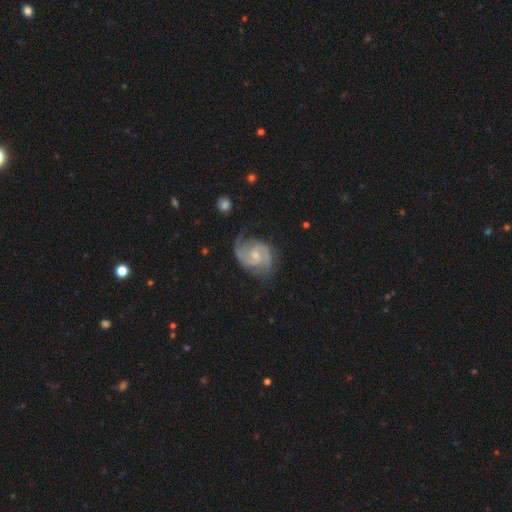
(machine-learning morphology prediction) smooth-or-featured: featured or disk: 90% | smooth: 5% | star or artifact: 5%
  disk-edge-on: no: 98% | yes: 2%
    bar: no: 52% | weak: 41% | strong: 7%
    has-spiral-arms: yes: 98% | no: 2%
      spiral-winding: medium: 51% | tight: 36% | loose: 12%
      spiral-arm-count: 2: 83% | 3: 7% | can't tell: 5% | 1: 2% | 4: 2% | more than 4: 2%
    bulge-size: small: 58% | moderate: 36% | none: 4% | large: 1% | dominant: 1%
  merging: none: 70% | minor disturbance: 20% | major disturbance: 8% | merger: 2%